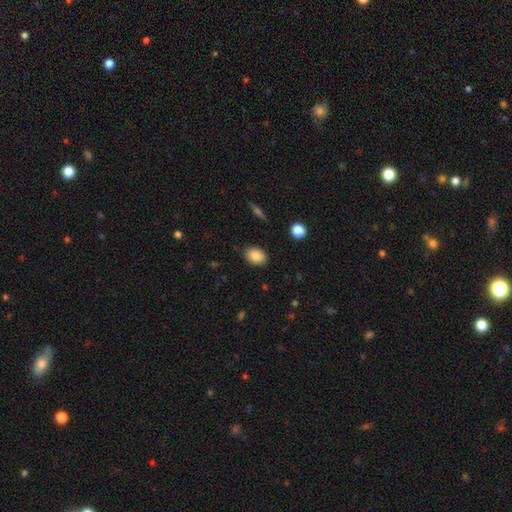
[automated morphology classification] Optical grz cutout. It shows a smooth galaxy with no disk features (85%) that is in between round and cigar-shaped (81%). Merging: none (86%).